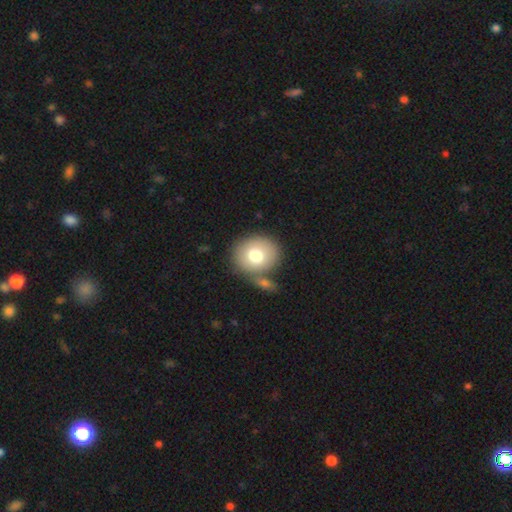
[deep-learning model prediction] Smooth or featured?
  - smooth: 74% *
  - featured or disk: 17%
  - star or artifact: 8%
How rounded?
  - round: 75% *
  - in between: 25%
  - cigar-shaped: 1%
Merging?
  - none: 65% *
  - merger: 19%
  - minor disturbance: 12%
  - major disturbance: 5%